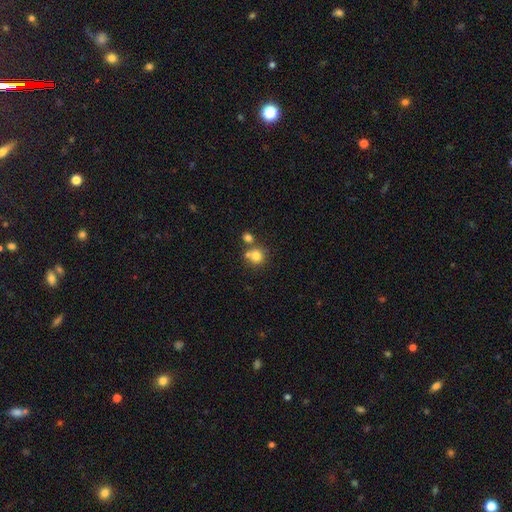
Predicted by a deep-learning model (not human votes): This is likely a smooth galaxy (75%). How rounded: clearly round (88%). Merging: possibly none (55%).